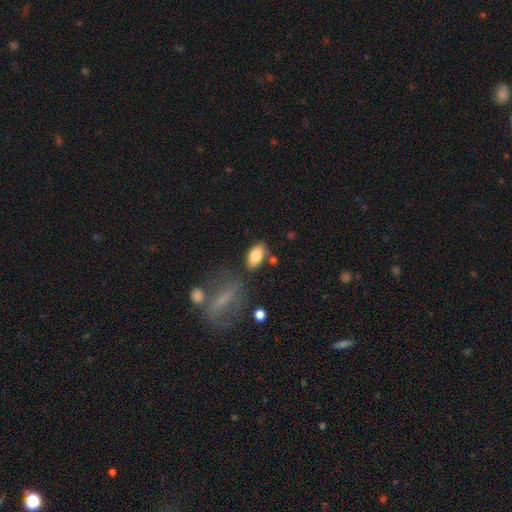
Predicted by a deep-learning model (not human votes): Smooth or featured: smooth — 82% (featured or disk — 10%)
How rounded: in between — 91% (cigar-shaped — 4%)
Merging: none — 73% (minor disturbance — 15%)